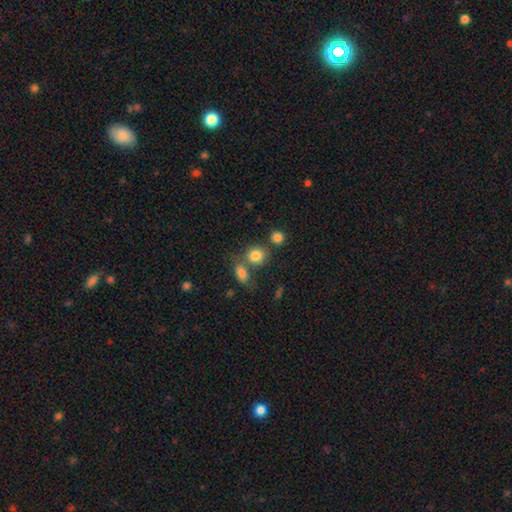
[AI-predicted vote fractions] smooth 82%, star or artifact 11%, featured or disk 7%. Down the decision tree: how rounded — round (70%); merging — none (55%).